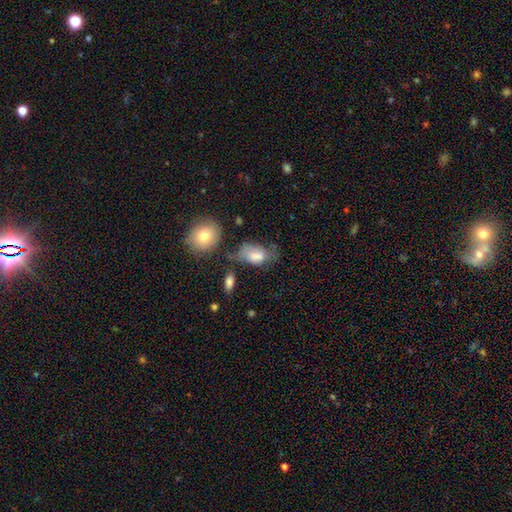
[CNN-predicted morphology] Smooth or featured: smooth — 73% (featured or disk — 18%)
How rounded: in between — 90% (round — 8%)
Merging: none — 36% (minor disturbance — 30%)